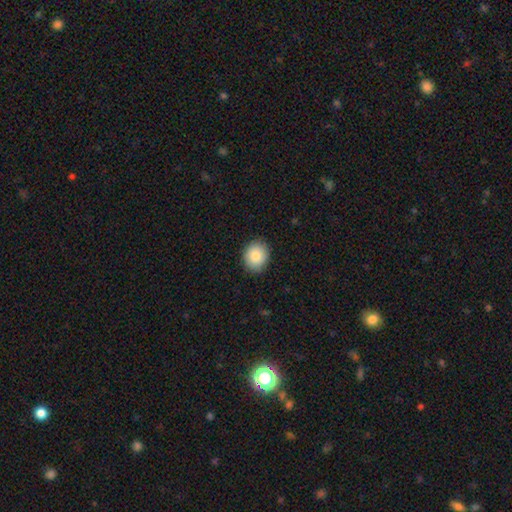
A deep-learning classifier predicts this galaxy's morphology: Overall: smooth (85%). How rounded: round (63%; in between 36%). Merging: none (87%).